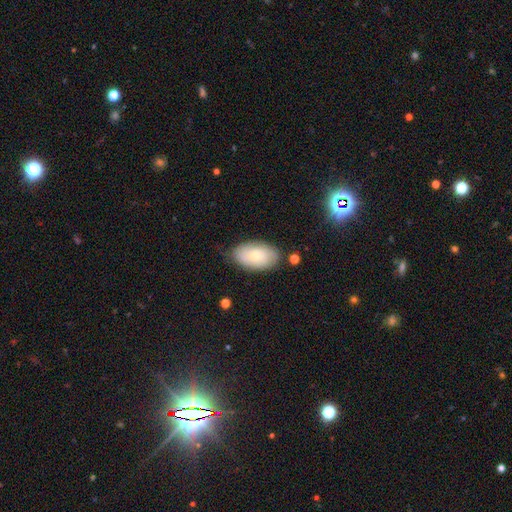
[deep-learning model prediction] The model was most divided on "smooth or featured": smooth: 70%, featured or disk: 24%, star or artifact: 7%. More confident: how rounded — in between (93%); merging — none (76%).